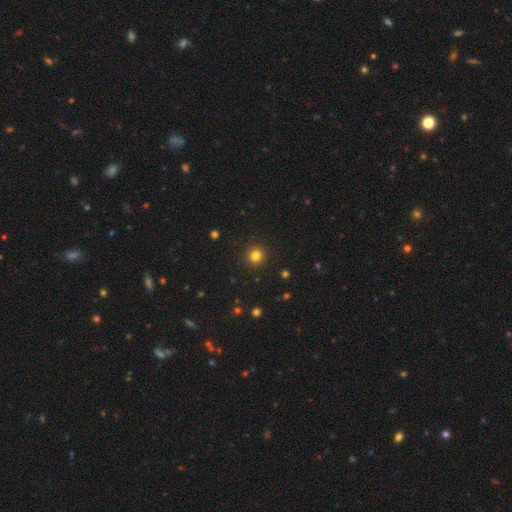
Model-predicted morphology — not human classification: Smooth or featured: smooth — 81% (star or artifact — 14%)
How rounded: round — 94% (in between — 5%)
Merging: none — 92% (minor disturbance — 5%)